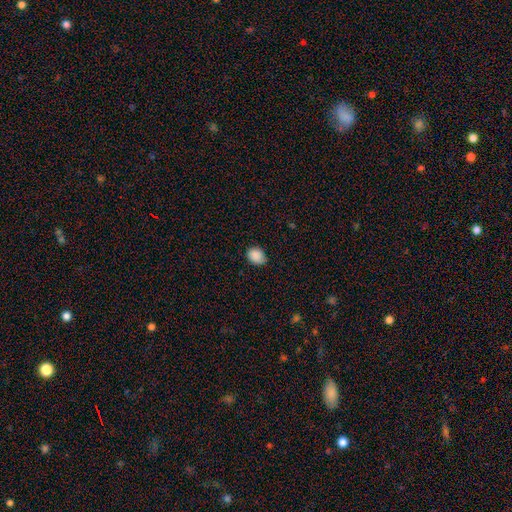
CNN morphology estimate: smooth 88%, star or artifact 8%, featured or disk 4%. Down the decision tree: how rounded — in between (53%); merging — none (69%).